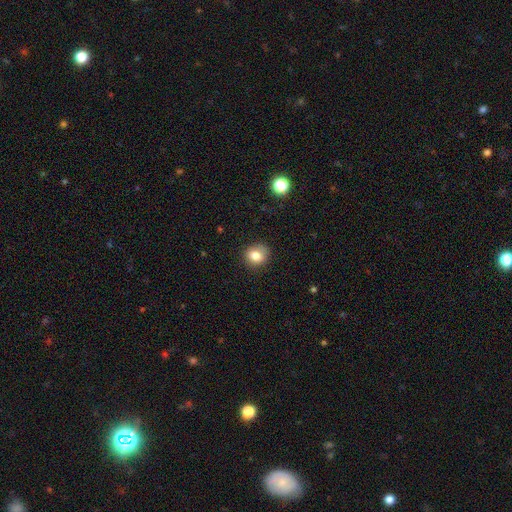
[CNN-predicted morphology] This appears to be a smooth galaxy with no disk features (82%) that is round (70%). Merging: none (79%).